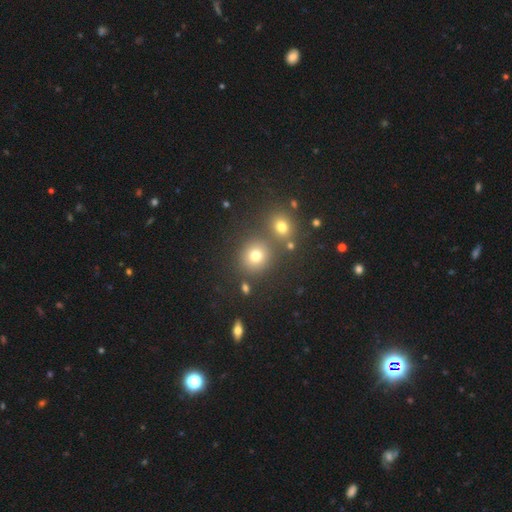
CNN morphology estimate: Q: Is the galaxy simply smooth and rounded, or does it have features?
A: smooth — 74%.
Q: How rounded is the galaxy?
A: round — 85%.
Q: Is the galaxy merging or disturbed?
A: none — 73%.